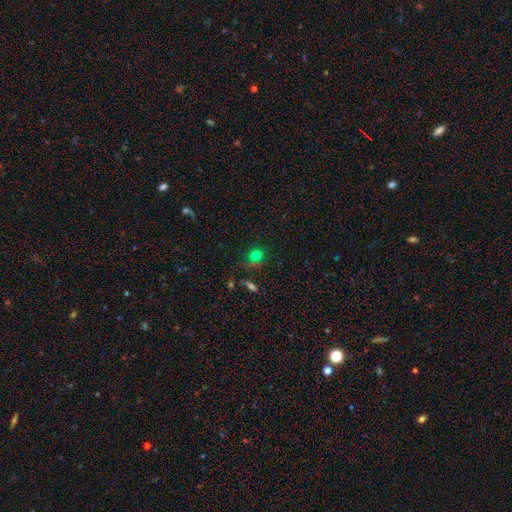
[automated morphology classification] Smooth or featured?
  - smooth: 74% *
  - star or artifact: 18%
  - featured or disk: 8%
How rounded?
  - round: 80% *
  - in between: 18%
  - cigar-shaped: 2%
Merging?
  - none: 64% *
  - minor disturbance: 16%
  - merger: 12%
  - major disturbance: 7%